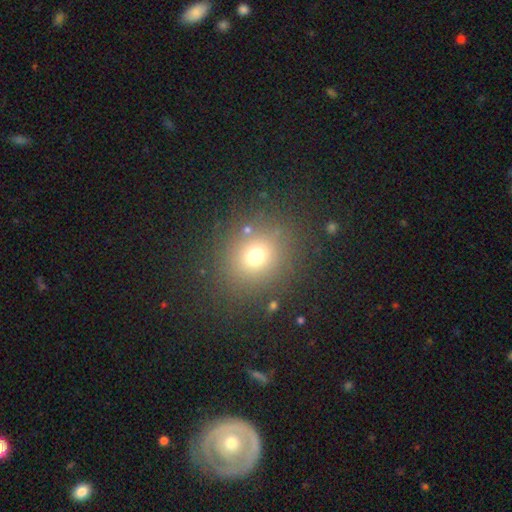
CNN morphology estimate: This appears to be a smooth galaxy with no disk features (71%) that is round (79%). Merging: none (84%).